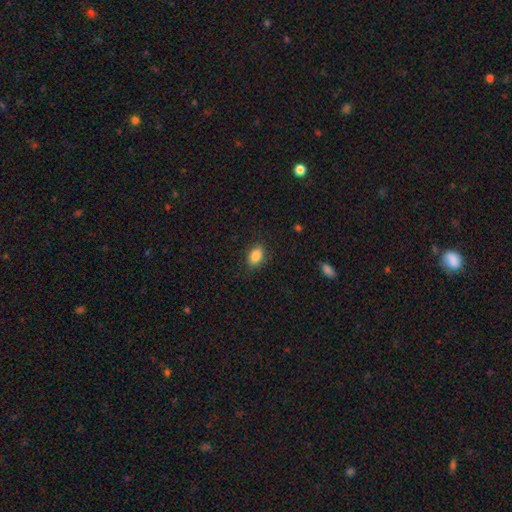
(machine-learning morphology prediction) The model was most divided on "how rounded": in between: 82%, round: 16%, cigar-shaped: 2%. More confident: smooth or featured — smooth (86%); merging — none (84%).